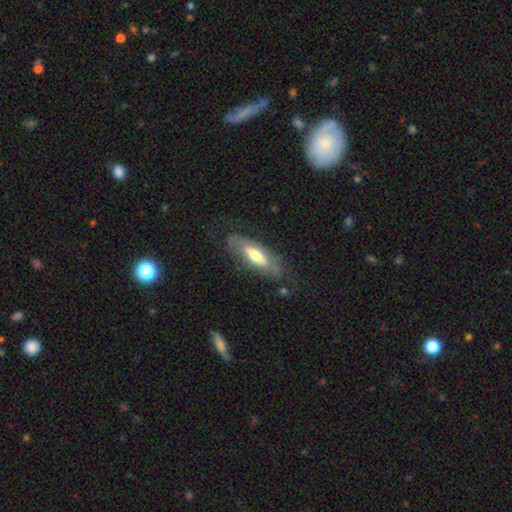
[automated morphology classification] A smooth galaxy with no disk features (48%). Merging: none (70%).